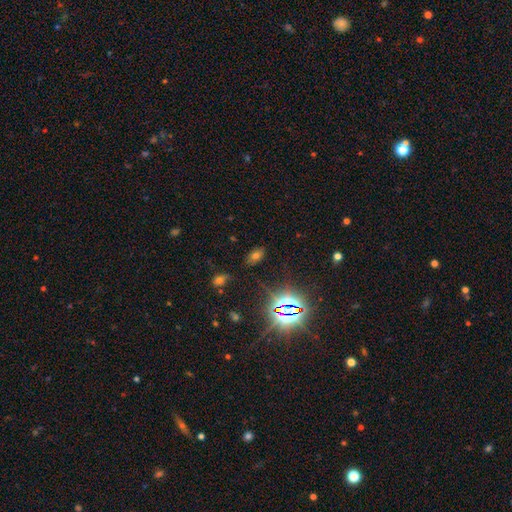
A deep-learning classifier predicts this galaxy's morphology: A smooth galaxy with no disk features (49%). Merging: none (81%).